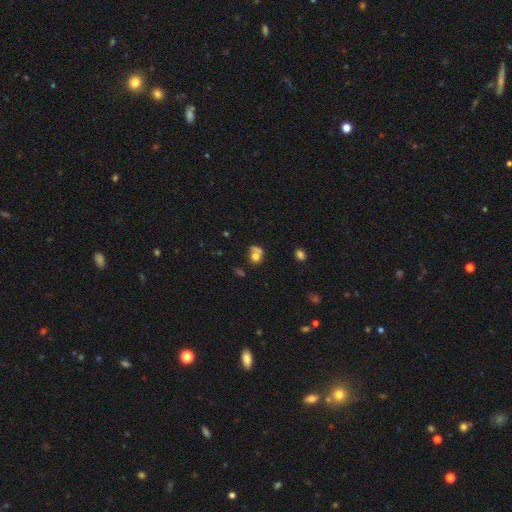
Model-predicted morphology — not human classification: smooth 68%, featured or disk 19%, star or artifact 13%. Down the decision tree: how rounded — round (61%); merging — merger (37%).